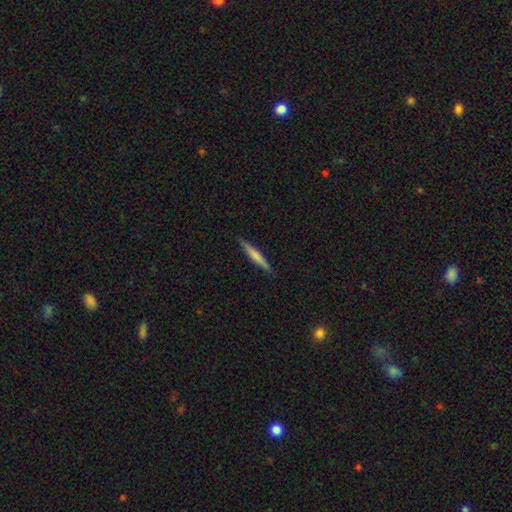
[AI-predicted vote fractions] Smooth or featured? smooth (61%)
How rounded? cigar-shaped (94%)
Merging? none (89%)